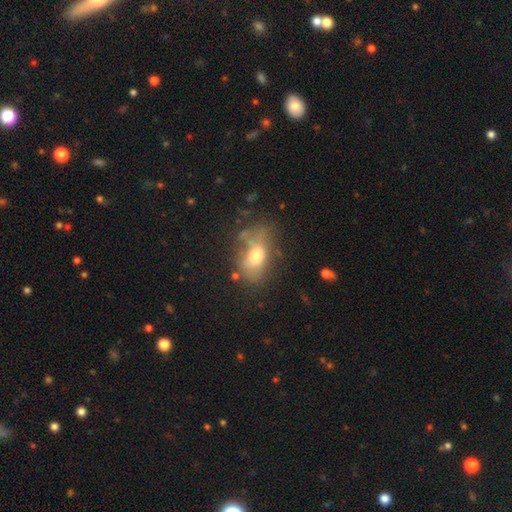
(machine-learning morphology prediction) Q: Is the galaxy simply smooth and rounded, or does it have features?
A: smooth — 59%.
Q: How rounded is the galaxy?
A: in between — 85%.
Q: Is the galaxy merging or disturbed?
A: none — 50%.